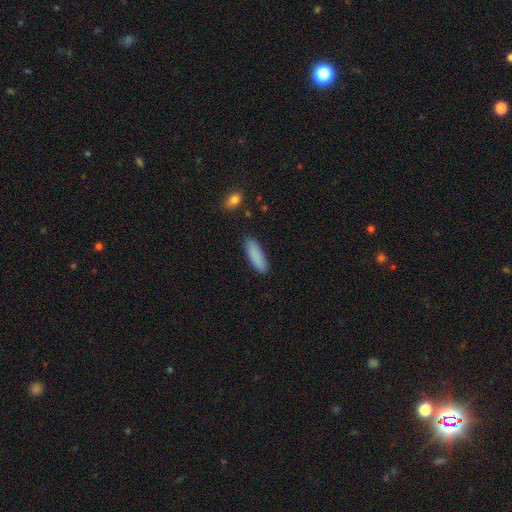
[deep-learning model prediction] The model was most divided on "how rounded": cigar-shaped: 56%, in between: 43%, round: 1%. More confident: smooth or featured — smooth (88%); merging — none (86%).